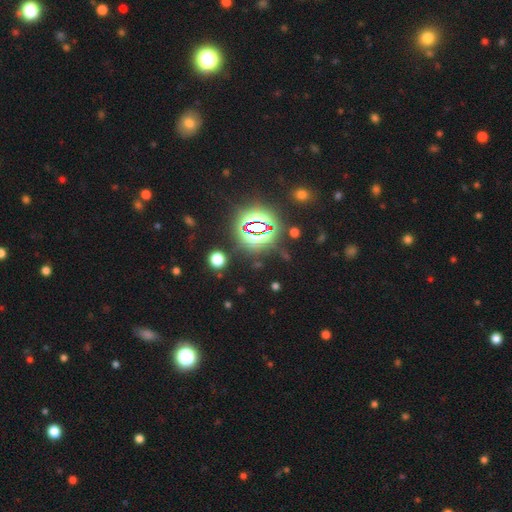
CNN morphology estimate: This appears to be a star or artifact, not a galaxy (83%).